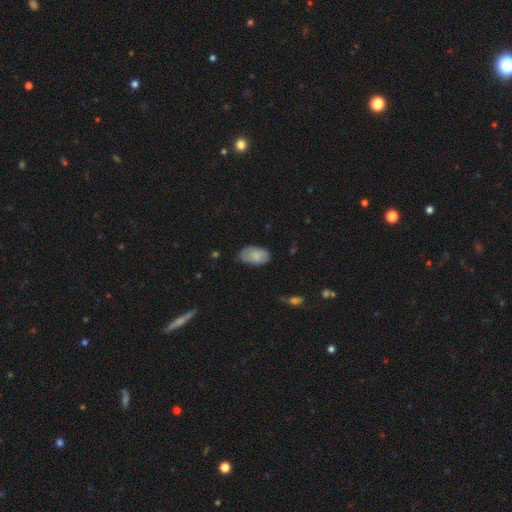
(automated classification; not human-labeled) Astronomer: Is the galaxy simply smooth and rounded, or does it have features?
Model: smooth — 79%.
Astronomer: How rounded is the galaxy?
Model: in between — 94%.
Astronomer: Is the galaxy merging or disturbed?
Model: none — 73%.